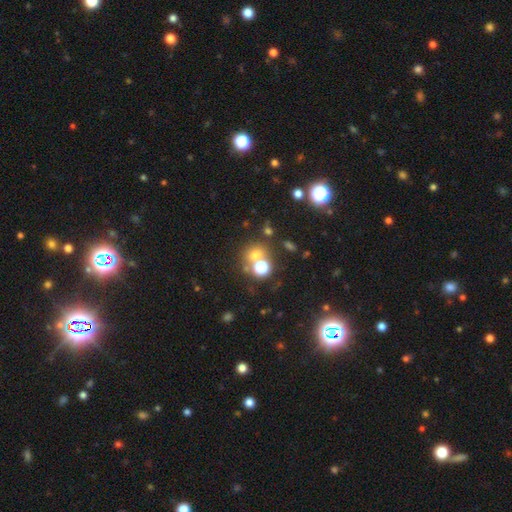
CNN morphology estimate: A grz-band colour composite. It shows a smooth galaxy with no disk features (61%) that is round (76%). Merging: none (56%).